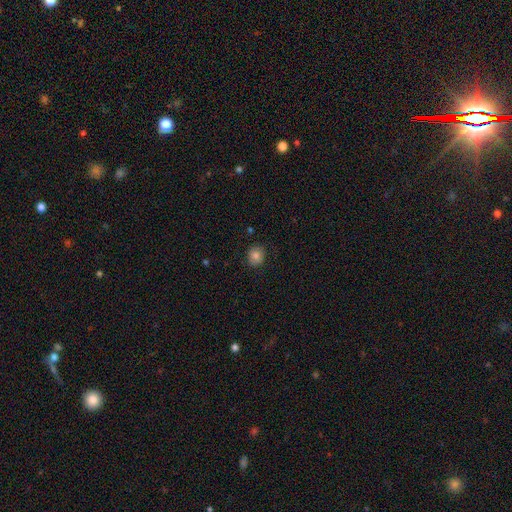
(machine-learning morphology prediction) smooth_or_featured: smooth (p=0.82) [alt: star or artifact p=0.10]
how_rounded: round (p=0.71) [alt: in between p=0.28]
merging: none (p=0.86) [alt: minor disturbance p=0.11]